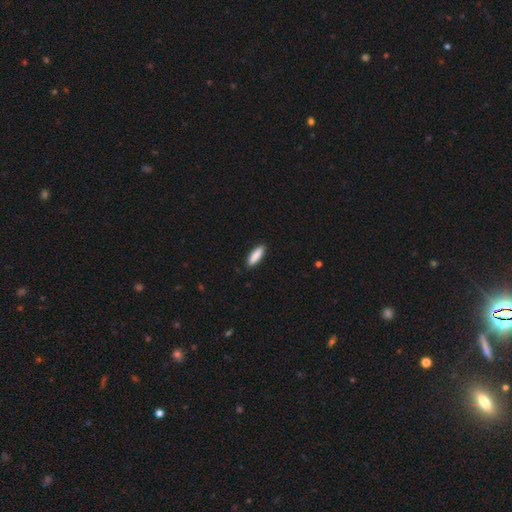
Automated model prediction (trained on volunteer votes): Morphology: type=smooth (88%); roundness=cigar-shaped (55%); merging=none (88%).